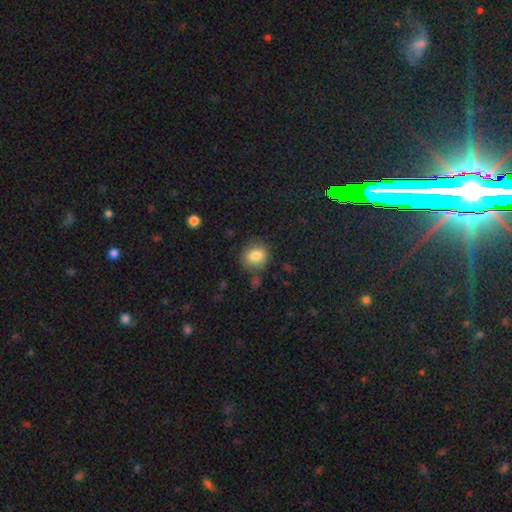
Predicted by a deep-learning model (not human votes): smooth_or_featured: smooth (p=0.82) [alt: star or artifact p=0.10]
how_rounded: round (p=0.69) [alt: in between p=0.30]
merging: none (p=0.79) [alt: minor disturbance p=0.13]